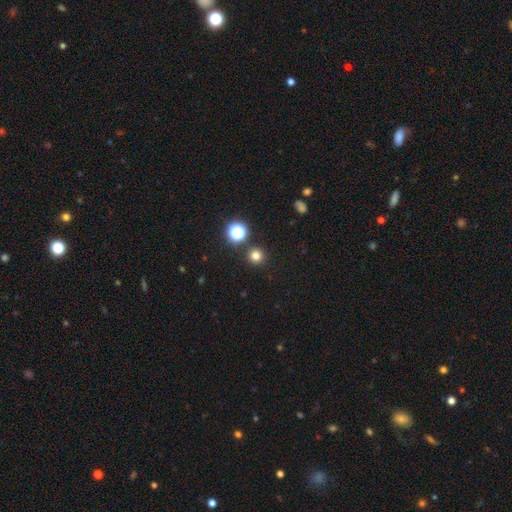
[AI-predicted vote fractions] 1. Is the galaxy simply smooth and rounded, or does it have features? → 75% smooth, 19% star or artifact, 5% featured or disk.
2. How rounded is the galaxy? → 95% round, 4% in between, 1% cigar-shaped.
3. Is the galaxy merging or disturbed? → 89% none, 5% minor disturbance, 3% merger, 2% major disturbance.